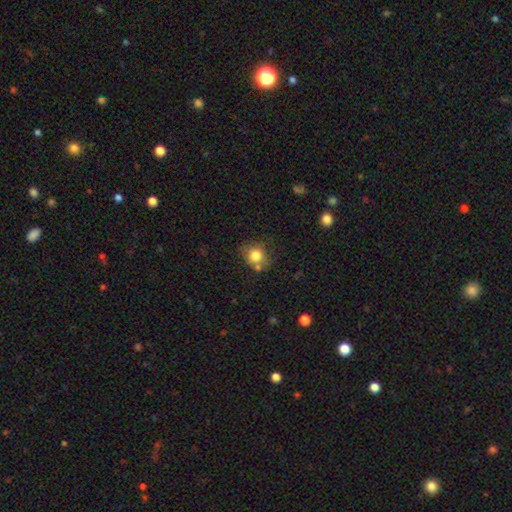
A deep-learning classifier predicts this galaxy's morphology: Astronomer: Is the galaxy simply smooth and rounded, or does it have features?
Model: smooth — 79%.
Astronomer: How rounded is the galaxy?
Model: round — 81%.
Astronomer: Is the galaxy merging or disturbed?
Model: none — 61%.